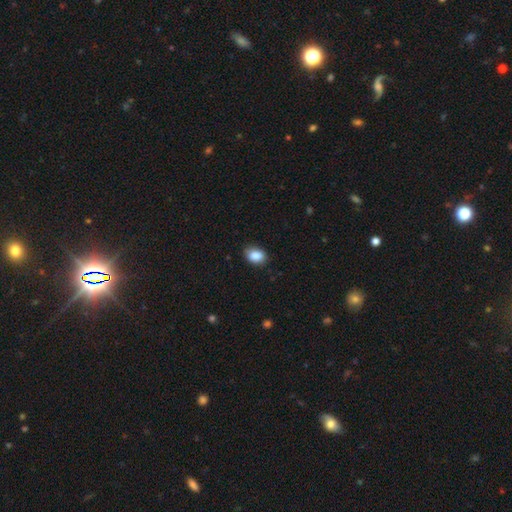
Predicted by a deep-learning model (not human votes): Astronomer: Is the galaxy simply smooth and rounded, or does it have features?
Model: smooth — 87%.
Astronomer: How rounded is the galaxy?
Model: in between — 77%.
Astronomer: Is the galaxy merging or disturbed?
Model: none — 82%.